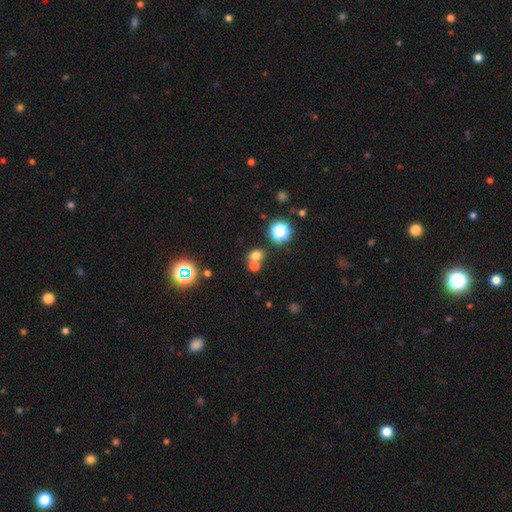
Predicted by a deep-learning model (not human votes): Smooth or featured? smooth (68%)
How rounded? round (67%)
Merging? none (51%)